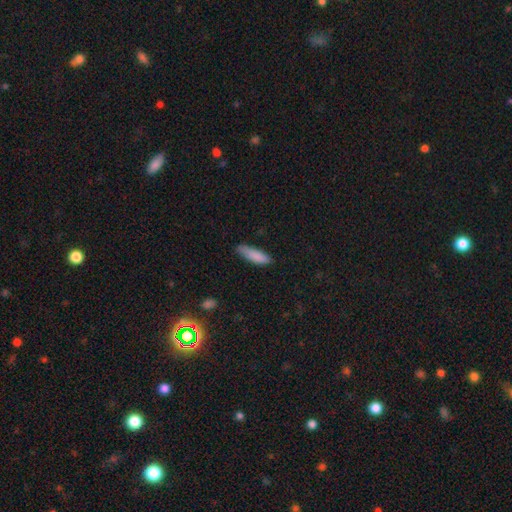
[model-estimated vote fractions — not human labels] smooth-or-featured: smooth: 86% | featured or disk: 8% | star or artifact: 6%
  how-rounded: cigar-shaped: 58% | in between: 40% | round: 1%
  merging: none: 75% | minor disturbance: 20% | major disturbance: 3% | merger: 1%